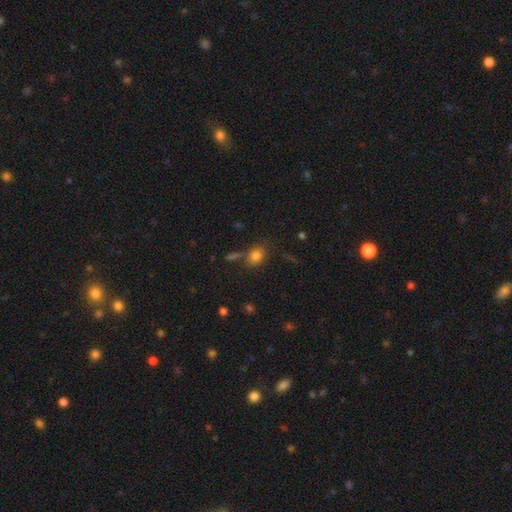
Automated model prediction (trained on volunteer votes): Smooth or featured? smooth (80%)
How rounded? round (52%)
Merging? none (69%)